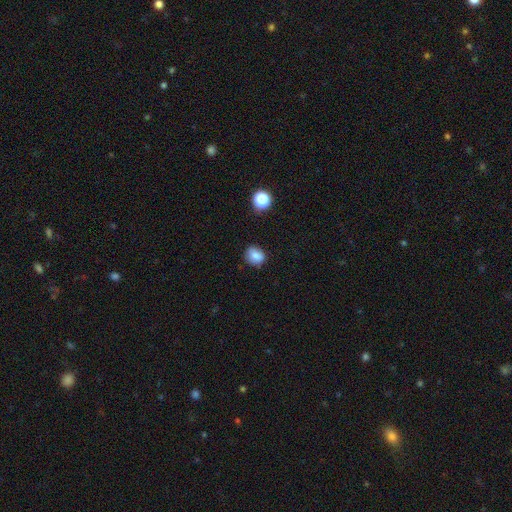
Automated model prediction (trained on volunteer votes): Smooth or featured? Predicted: smooth (p=0.83). How rounded? Predicted: round (p=0.61). Merging? Predicted: none (p=0.79).